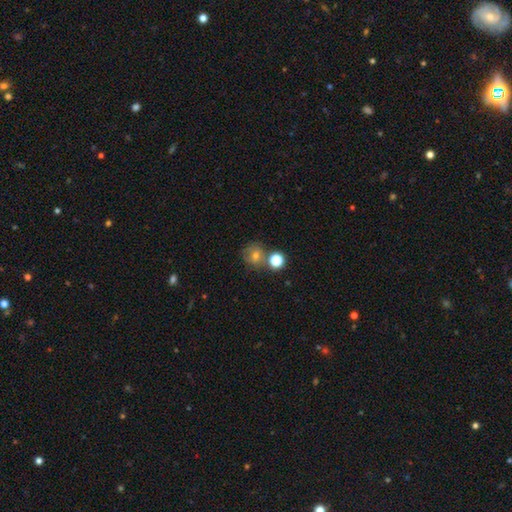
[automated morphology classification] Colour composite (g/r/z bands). It shows a smooth galaxy with no disk features (64%) that is round (85%). Merging: none (62%).